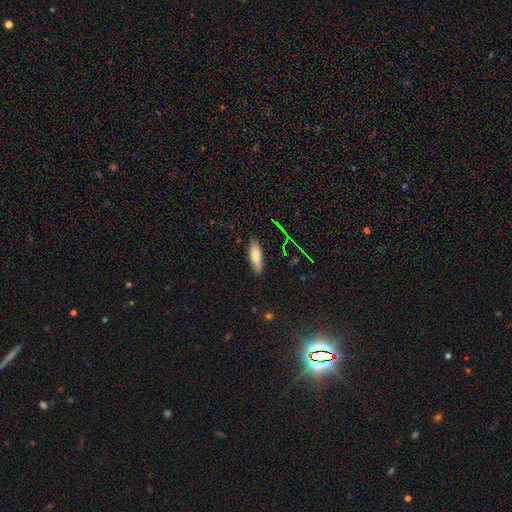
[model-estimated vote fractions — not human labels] This is likely a smooth galaxy (77%). How rounded: possibly in between (52%). Merging: clearly none (85%).